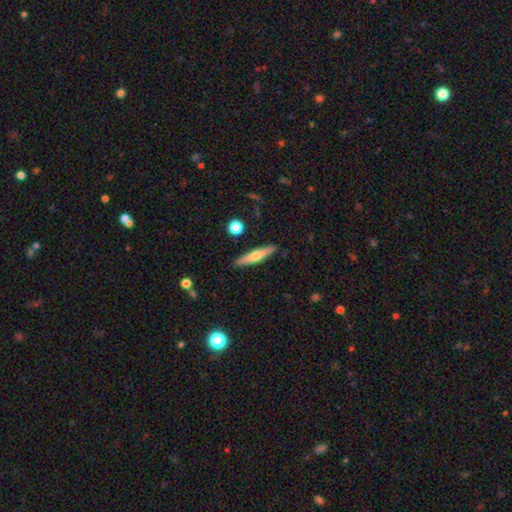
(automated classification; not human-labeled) Smooth or featured? smooth (51%)
How rounded? cigar-shaped (85%)
Merging? none (89%)